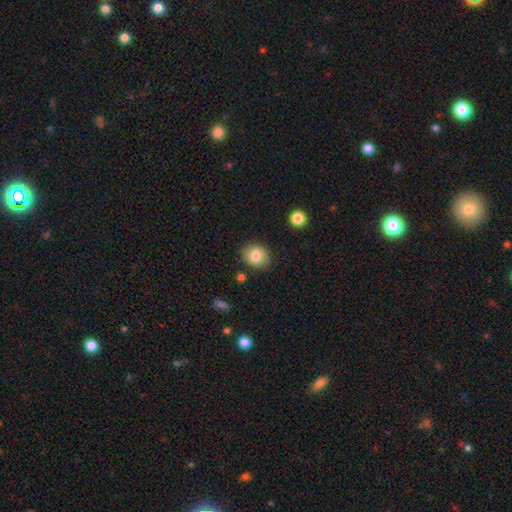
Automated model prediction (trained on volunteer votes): Smooth or featured? Predicted: smooth (p=0.82). How rounded? Predicted: round (p=0.68). Merging? Predicted: none (p=0.85).